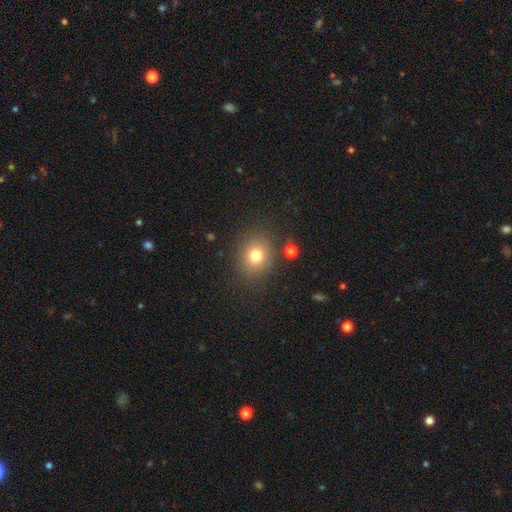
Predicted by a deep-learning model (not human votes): This is likely a smooth galaxy (77%). How rounded: likely round (71%). Merging: clearly none (82%).